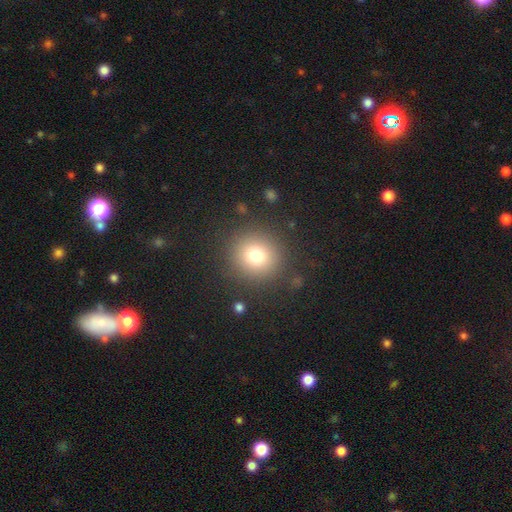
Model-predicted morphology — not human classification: smooth 76%, star or artifact 14%, featured or disk 10%. Down the decision tree: how rounded — round (92%); merging — none (87%).